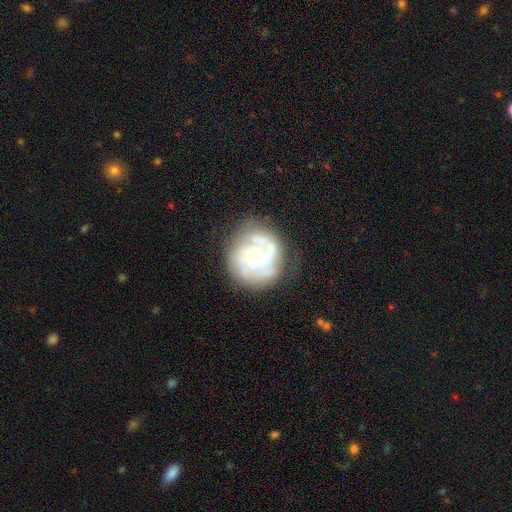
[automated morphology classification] A featured or disk galaxy (85%) with no bar (72%), 3 (36%) tight (58%) spiral arms (95%) and a small central bulge (72%). Merging: none (74%).